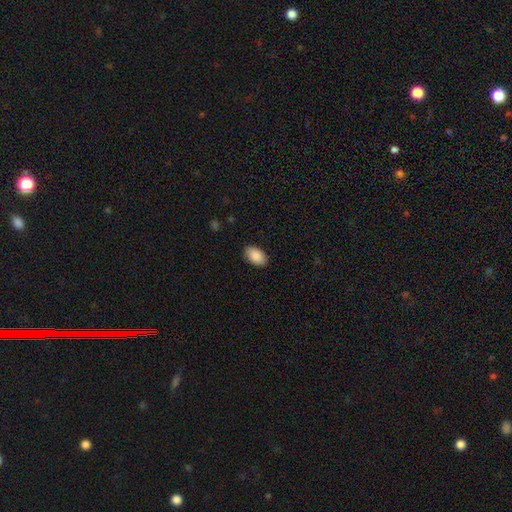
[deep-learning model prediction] Overall: smooth (90%). How rounded: in between (94%). Merging: none (88%).